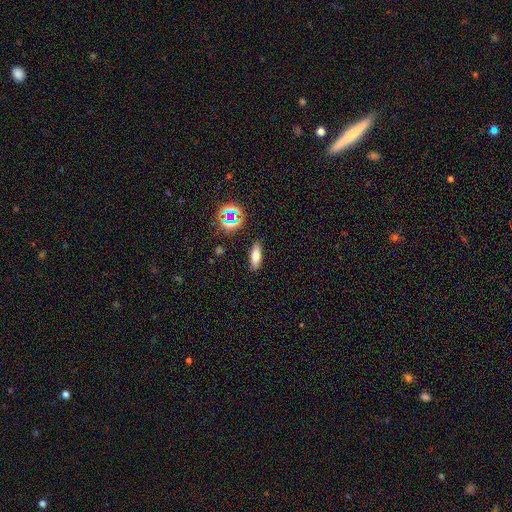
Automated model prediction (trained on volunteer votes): A smooth galaxy with no disk features (67%) that is in between round and cigar-shaped (57%). Merging: none (87%).